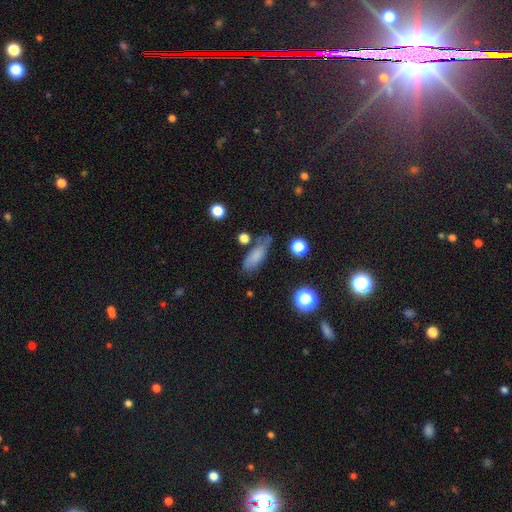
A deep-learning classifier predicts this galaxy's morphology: Smooth or featured? Predicted: smooth (p=0.76). How rounded? Predicted: in between (p=0.62). Merging? Predicted: none (p=0.64).